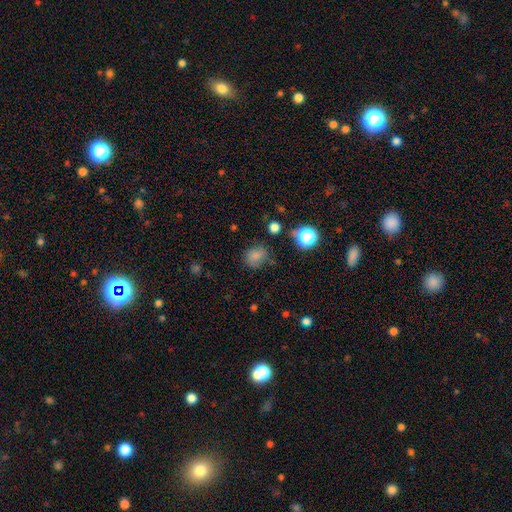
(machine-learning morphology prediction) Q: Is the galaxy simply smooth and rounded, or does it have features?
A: smooth — 74%.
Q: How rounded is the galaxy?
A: round — 68%.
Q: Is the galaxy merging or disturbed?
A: none — 66%.